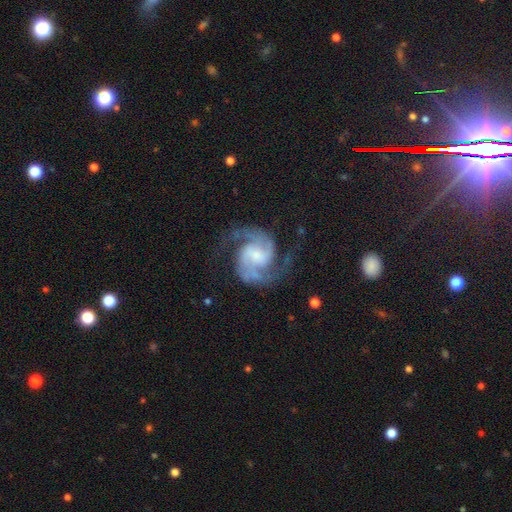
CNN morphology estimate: The model was most divided on "bar": weak: 44%, no: 43%, strong: 13%. Remaining: spiral arms — yes (99%); edge-on disk — no (98%); smooth or featured — featured or disk (93%); spiral arm count — 2 (91%); merging — none (76%); spiral winding — medium (63%); bulge size — small (47%).